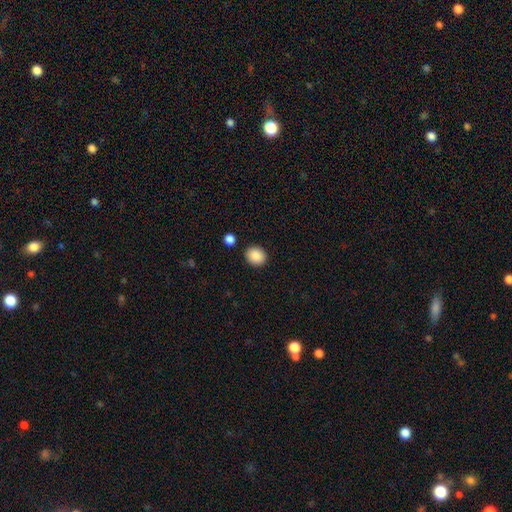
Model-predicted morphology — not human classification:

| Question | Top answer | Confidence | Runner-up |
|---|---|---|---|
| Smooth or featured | smooth | 89% | star or artifact (8%) |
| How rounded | round | 73% | in between (26%) |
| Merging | none | 89% | minor disturbance (7%) |